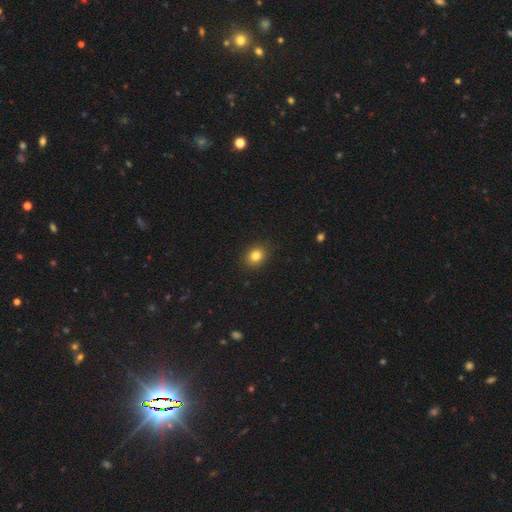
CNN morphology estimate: Smooth or featured?
  - smooth: 82% *
  - star or artifact: 11%
  - featured or disk: 6%
How rounded?
  - round: 58% *
  - in between: 41%
  - cigar-shaped: 1%
Merging?
  - none: 89% *
  - minor disturbance: 8%
  - major disturbance: 2%
  - merger: 1%